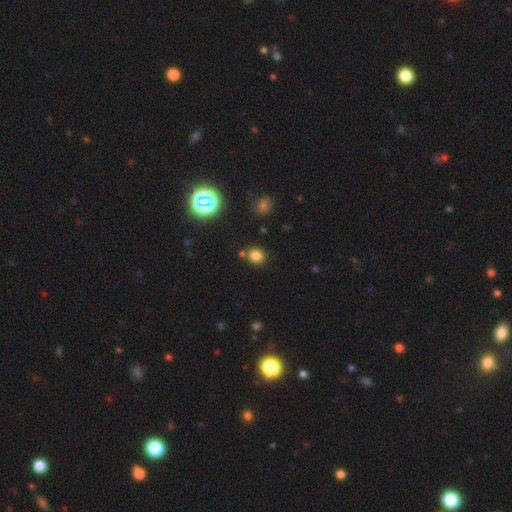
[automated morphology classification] smooth_or_featured: smooth (p=0.77) [alt: star or artifact p=0.17]
how_rounded: round (p=0.71) [alt: in between p=0.28]
merging: none (p=0.71) [alt: merger p=0.14]